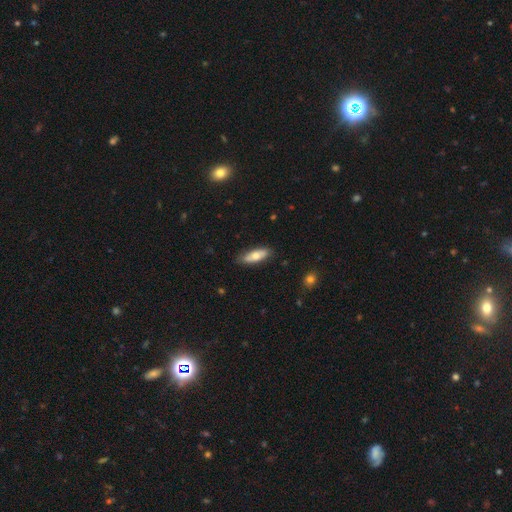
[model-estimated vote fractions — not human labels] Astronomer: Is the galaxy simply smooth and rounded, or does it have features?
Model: smooth — 68%.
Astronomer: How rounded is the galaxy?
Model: in between — 62%.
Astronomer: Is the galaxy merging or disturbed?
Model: none — 84%.